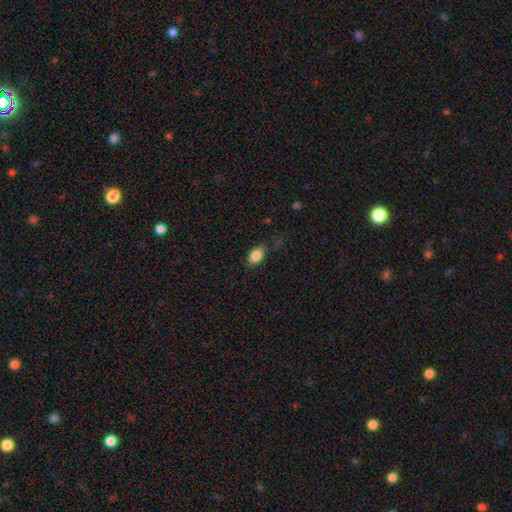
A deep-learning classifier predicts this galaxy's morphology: A smooth galaxy with no disk features (85%) that is in between round and cigar-shaped (85%). Merging: none (76%).